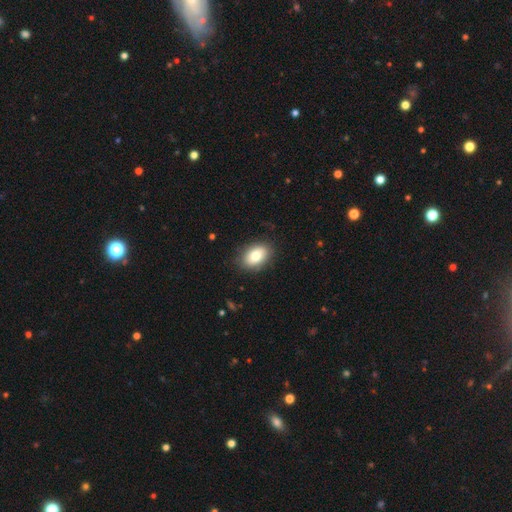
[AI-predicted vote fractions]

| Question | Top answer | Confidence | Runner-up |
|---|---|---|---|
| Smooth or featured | smooth | 79% | featured or disk (13%) |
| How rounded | in between | 85% | round (14%) |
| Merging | none | 86% | minor disturbance (11%) |